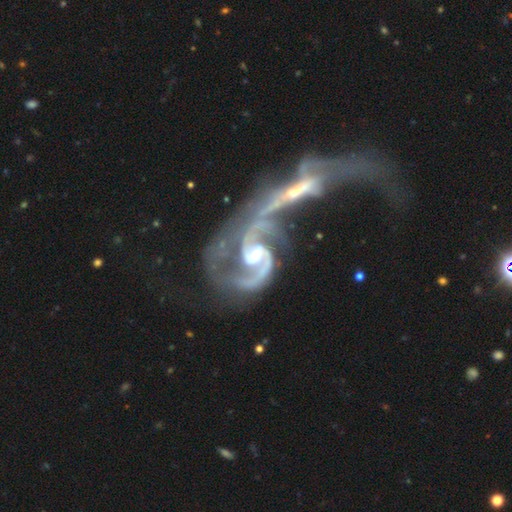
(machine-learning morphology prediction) A featured or disk galaxy (93%) with no bar (48%), 2 (85%) medium (54%) spiral arms (98%) and a small central bulge (54%).

Vote fractions:
- Smooth or featured? featured or disk: 93% / star or artifact: 4% / smooth: 3%
- Edge-on disk? no: 97% / yes: 3%
- Bar? no: 48% / weak: 38% / strong: 14%
- Spiral arms? yes: 98% / no: 2%
- Spiral winding? medium: 54% / loose: 25% / tight: 21%
- Spiral arm count? 2: 85% / can't tell: 4% / 1: 4% / 3: 4% / 4: 2% / more than 4: 2%
- Bulge size? small: 54% / moderate: 38% / none: 4% / large: 3% / dominant: 1%
- Merging? merger: 64% / major disturbance: 15% / none: 13% / minor disturbance: 8%